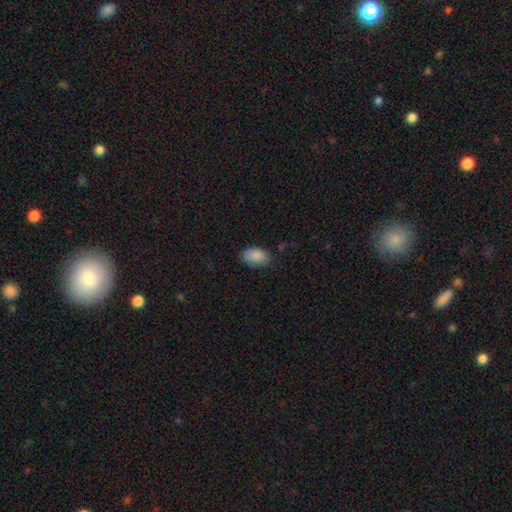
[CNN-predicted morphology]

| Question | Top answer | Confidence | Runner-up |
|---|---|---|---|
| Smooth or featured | smooth | 89% | star or artifact (7%) |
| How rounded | in between | 90% | round (8%) |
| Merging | none | 80% | minor disturbance (15%) |